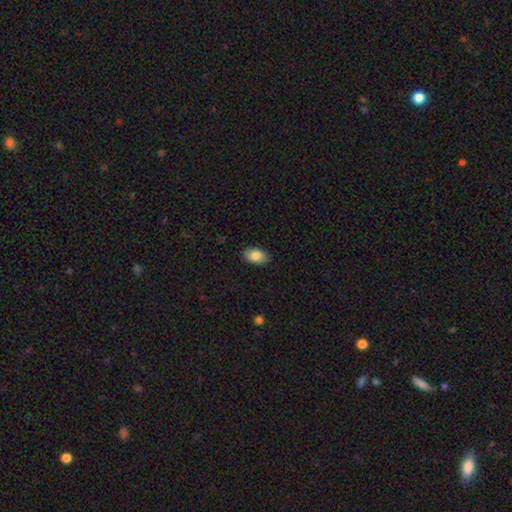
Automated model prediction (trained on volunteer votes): smooth 85%, featured or disk 8%, star or artifact 7%. Down the decision tree: how rounded — in between (92%); merging — none (89%).